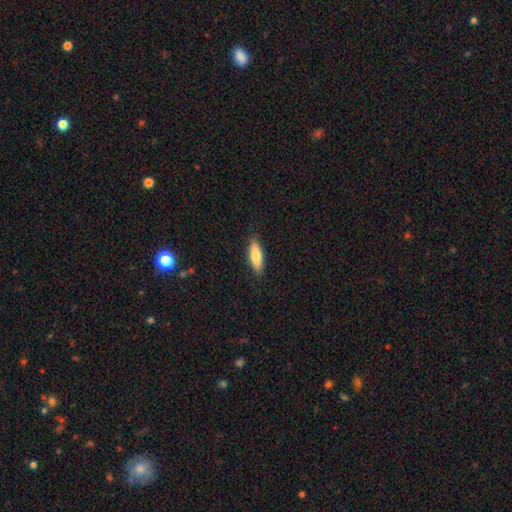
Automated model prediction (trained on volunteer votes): A smooth galaxy with no disk features (75%) that is in between round and cigar-shaped (53%).

Vote fractions:
- Smooth or featured? smooth: 75% / featured or disk: 19% / star or artifact: 6%
- How rounded? in between: 53% / cigar-shaped: 45% / round: 2%
- Merging? none: 87% / minor disturbance: 10% / major disturbance: 2% / merger: 1%